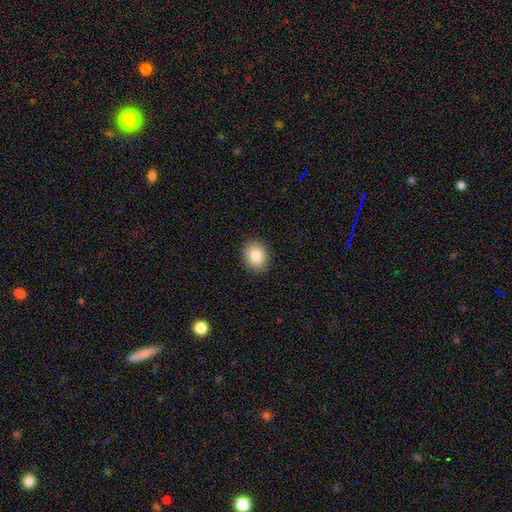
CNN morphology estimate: Smooth or featured?
  - smooth: 86% *
  - star or artifact: 8%
  - featured or disk: 6%
How rounded?
  - in between: 51% *
  - round: 48%
  - cigar-shaped: 1%
Merging?
  - none: 90% *
  - minor disturbance: 7%
  - major disturbance: 2%
  - merger: 1%